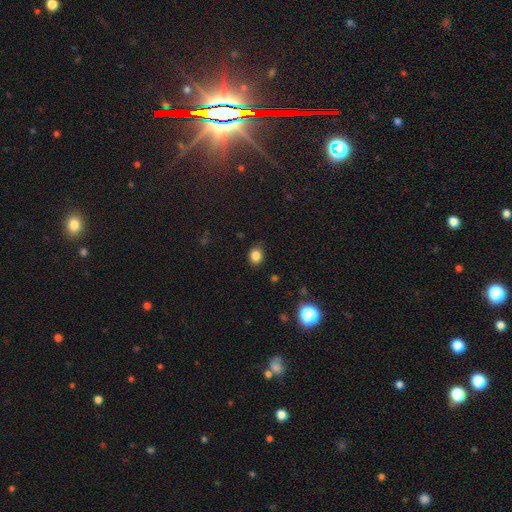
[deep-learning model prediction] A smooth galaxy with no disk features (84%) that is round (59%). Merging: none (84%).